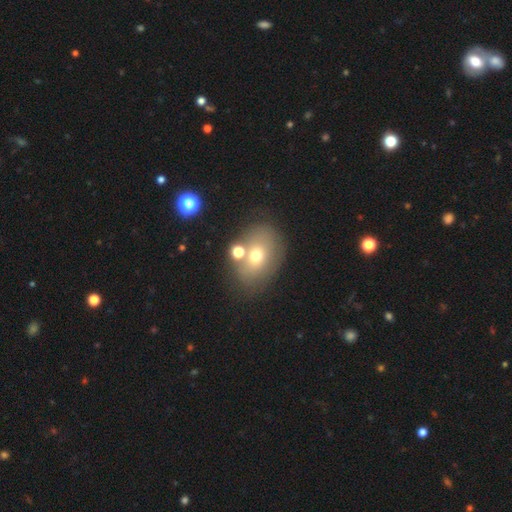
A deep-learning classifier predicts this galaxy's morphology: Overall: smooth (65%). How rounded: in between (66%; round 33%). Merging: none (62%).